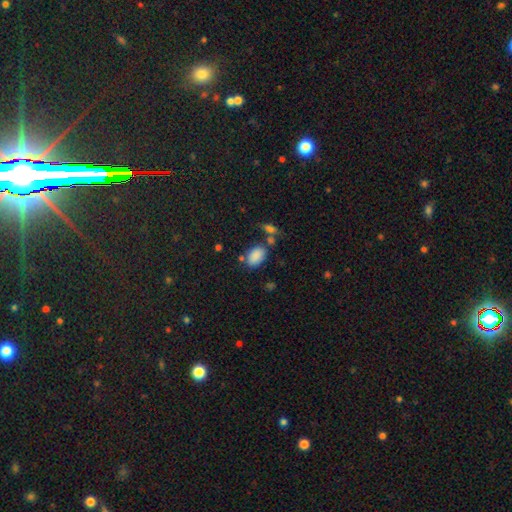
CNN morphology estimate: This appears to be a smooth galaxy with no disk features (86%) that is in between round and cigar-shaped (89%). Merging: none (67%).